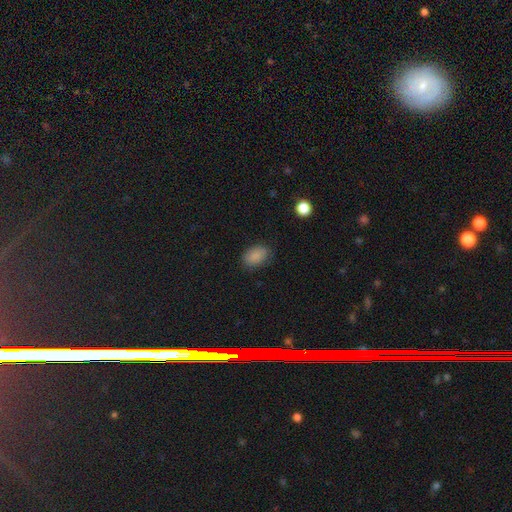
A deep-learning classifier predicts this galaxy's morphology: Q: Smooth or featured?
A: smooth (87%); runner-up: star or artifact (9%)
Q: How rounded?
A: in between (88%); runner-up: round (10%)
Q: Merging?
A: none (82%); runner-up: minor disturbance (14%)